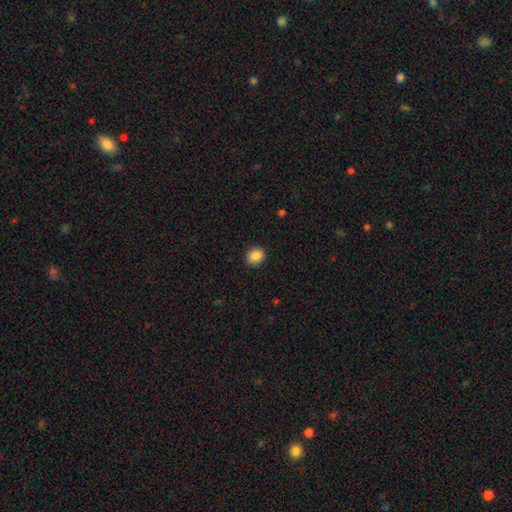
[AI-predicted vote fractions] The model was most divided on "how rounded": round: 69%, in between: 30%, cigar-shaped: 1%. More confident: merging — none (89%); smooth or featured — smooth (88%).